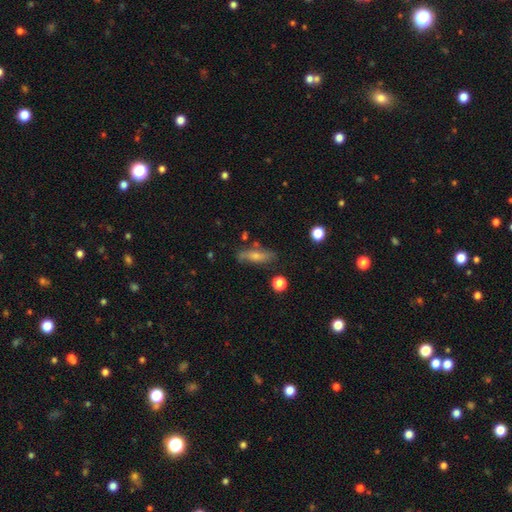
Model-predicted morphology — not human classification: smooth-or-featured: smooth: 46% | featured or disk: 43% | star or artifact: 11%
  merging: none: 75% | minor disturbance: 17% | major disturbance: 4% | merger: 4%